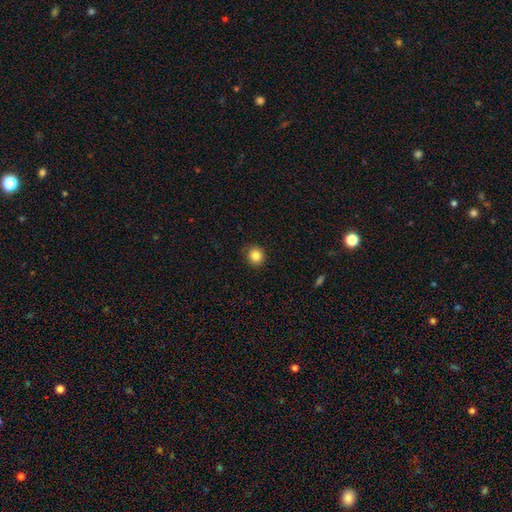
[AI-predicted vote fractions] Morphology: type=smooth (84%); roundness=round (87%); merging=none (88%).